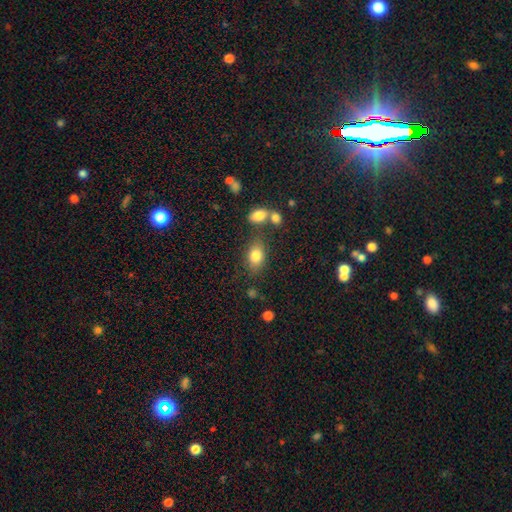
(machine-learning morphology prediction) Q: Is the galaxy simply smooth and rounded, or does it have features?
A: smooth — 81%.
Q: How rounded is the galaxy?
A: in between — 85%.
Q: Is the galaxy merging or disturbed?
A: none — 74%.